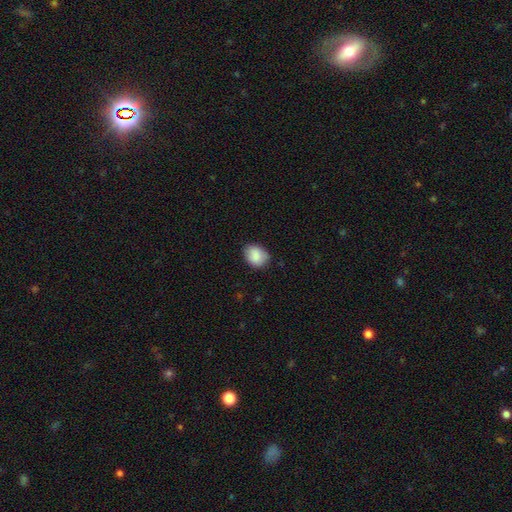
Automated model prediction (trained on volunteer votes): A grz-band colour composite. It shows a smooth galaxy with no disk features (85%) that is in between round and cigar-shaped (55%). Merging: none (76%).